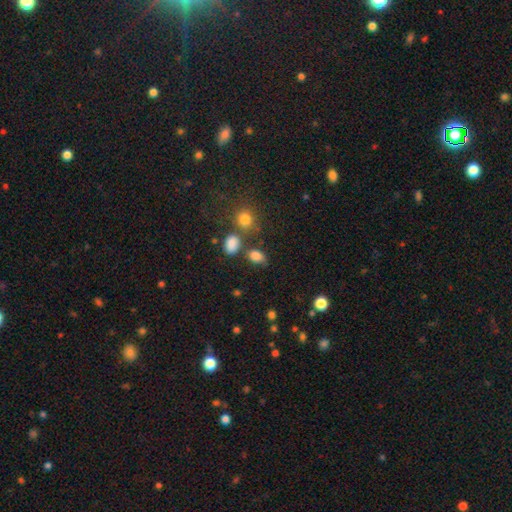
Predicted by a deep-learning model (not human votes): smooth_or_featured: smooth (p=0.82) [alt: star or artifact p=0.11]
how_rounded: in between (p=0.75) [alt: round p=0.24]
merging: none (p=0.61) [alt: minor disturbance p=0.19]